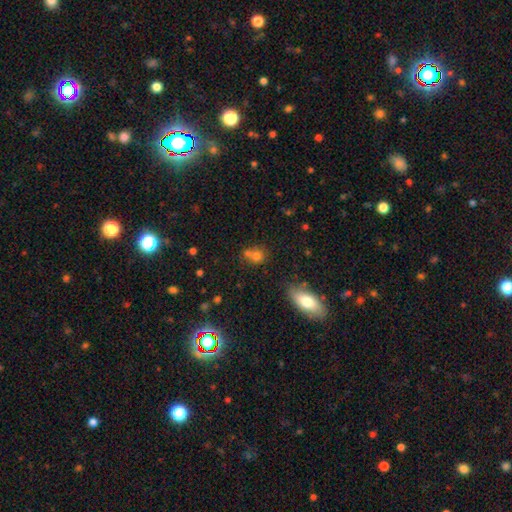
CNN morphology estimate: Smooth or featured?
  - smooth: 69% *
  - star or artifact: 19%
  - featured or disk: 12%
How rounded?
  - round: 69% *
  - in between: 29%
  - cigar-shaped: 2%
Merging?
  - none: 49% *
  - merger: 36%
  - minor disturbance: 10%
  - major disturbance: 4%